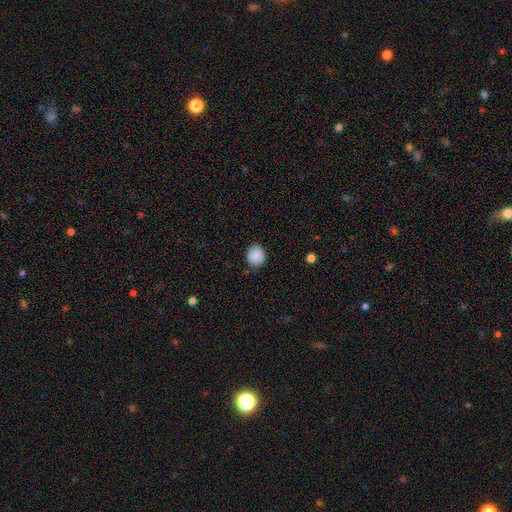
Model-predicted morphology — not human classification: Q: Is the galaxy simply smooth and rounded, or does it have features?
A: smooth — 88%.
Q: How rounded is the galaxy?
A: round — 71%.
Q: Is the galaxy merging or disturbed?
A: none — 84%.